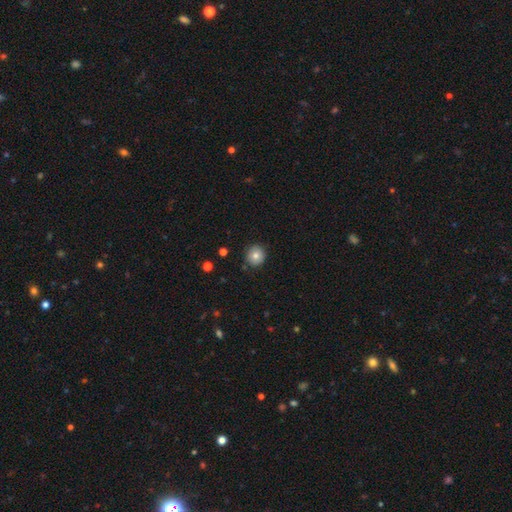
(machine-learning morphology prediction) Smooth or featured: smooth — 79% (featured or disk — 10%)
How rounded: round — 93% (in between — 7%)
Merging: none — 89% (minor disturbance — 8%)